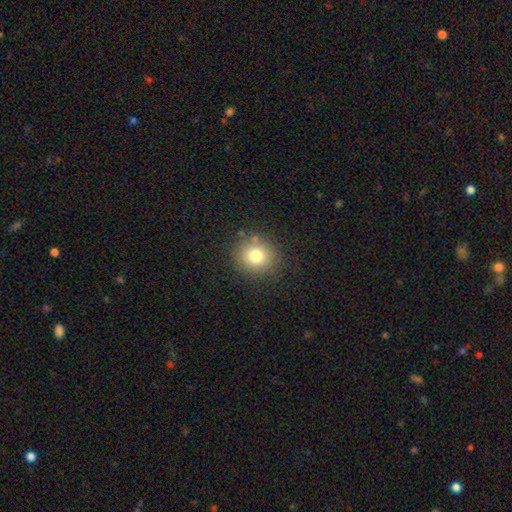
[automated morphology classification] Smooth or featured? smooth (78%)
How rounded? round (84%)
Merging? none (85%)